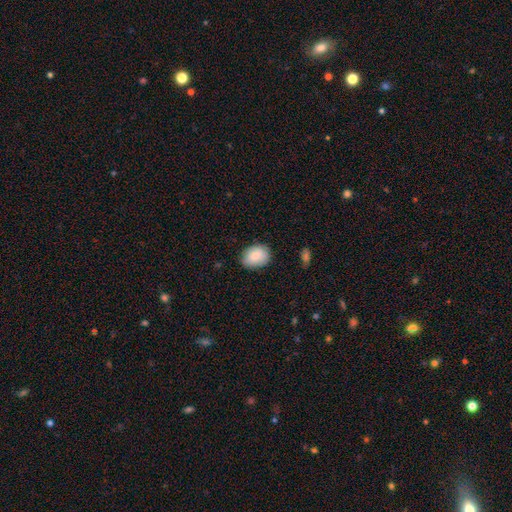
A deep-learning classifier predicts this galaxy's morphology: A smooth galaxy with no disk features (85%) that is in between round and cigar-shaped (67%).

Vote fractions:
- Smooth or featured? smooth: 85% / featured or disk: 8% / star or artifact: 7%
- How rounded? in between: 67% / round: 32% / cigar-shaped: 1%
- Merging? none: 80% / minor disturbance: 16% / major disturbance: 3% / merger: 1%